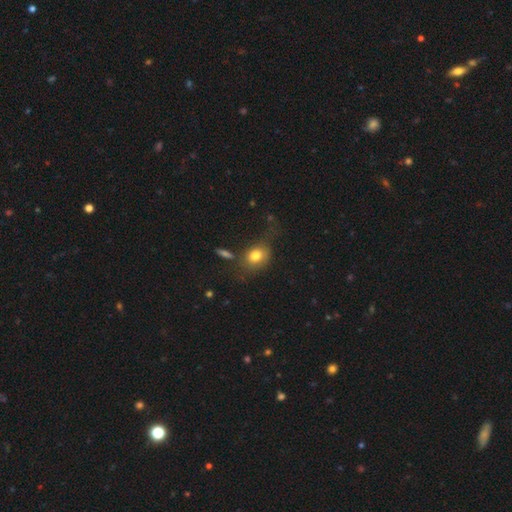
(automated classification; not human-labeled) A smooth galaxy with no disk features (78%) that is in between round and cigar-shaped (61%).

Vote fractions:
- Smooth or featured? smooth: 78% / featured or disk: 12% / star or artifact: 10%
- How rounded? in between: 61% / round: 37% / cigar-shaped: 2%
- Merging? none: 53% / minor disturbance: 25% / major disturbance: 16% / merger: 7%